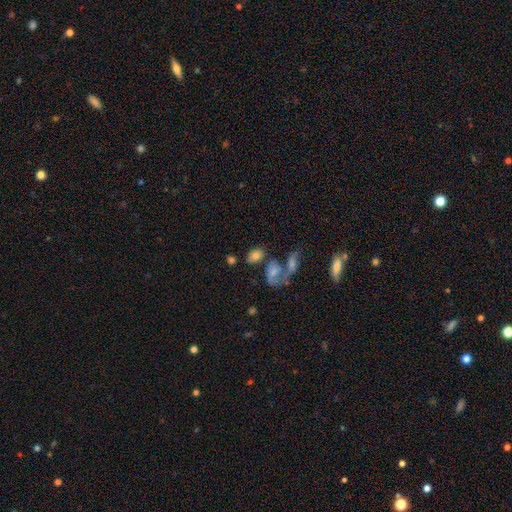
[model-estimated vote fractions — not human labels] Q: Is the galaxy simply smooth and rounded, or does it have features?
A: smooth — 76%.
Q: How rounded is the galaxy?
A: in between — 88%.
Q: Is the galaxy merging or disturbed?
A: none — 55%.